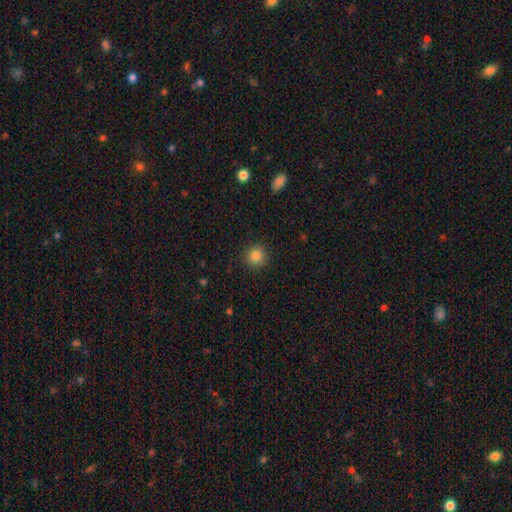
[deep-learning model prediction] A smooth galaxy with no disk features (84%) that is round (92%). Merging: none (91%).